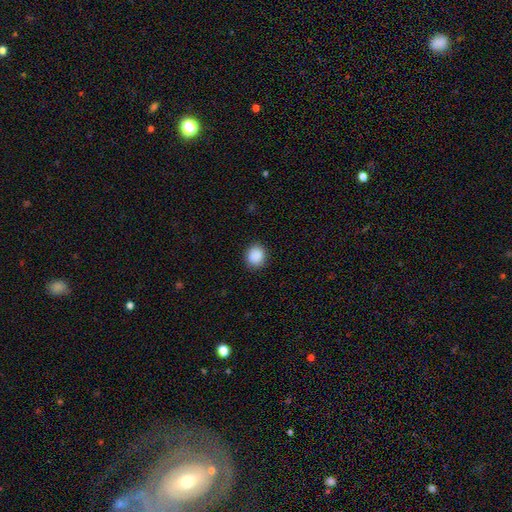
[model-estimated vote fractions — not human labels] smooth_or_featured: smooth (p=0.89) [alt: star or artifact p=0.08]
how_rounded: round (p=0.81) [alt: in between p=0.18]
merging: none (p=0.89) [alt: minor disturbance p=0.07]